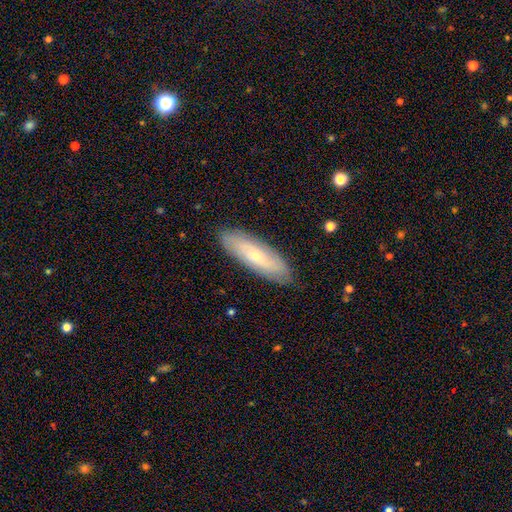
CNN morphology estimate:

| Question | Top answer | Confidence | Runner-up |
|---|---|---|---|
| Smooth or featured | smooth | 48% | featured or disk (46%) |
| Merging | none | 86% | minor disturbance (11%) |